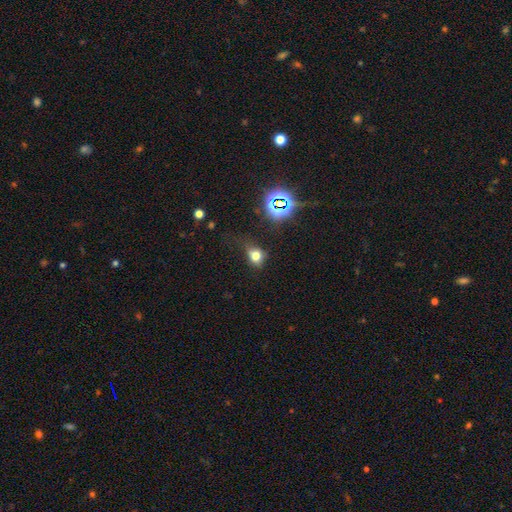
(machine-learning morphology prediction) A smooth galaxy with no disk features (67%) that is round (49%, tied with in between).

Vote fractions:
- Smooth or featured? smooth: 67% / star or artifact: 21% / featured or disk: 11%
- How rounded? round: 49% (tied) / in between: 49% (tied) / cigar-shaped: 2%
- Merging? none: 55% / minor disturbance: 28% / major disturbance: 14% / merger: 3%